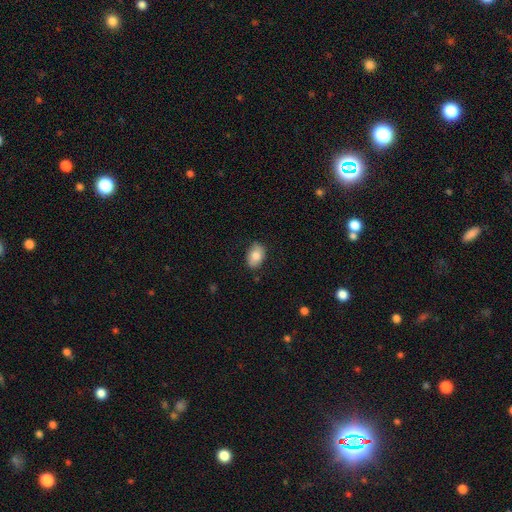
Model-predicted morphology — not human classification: smooth_or_featured: smooth (p=0.81) [alt: featured or disk p=0.12]
how_rounded: in between (p=0.85) [alt: round p=0.14]
merging: none (p=0.82) [alt: minor disturbance p=0.14]